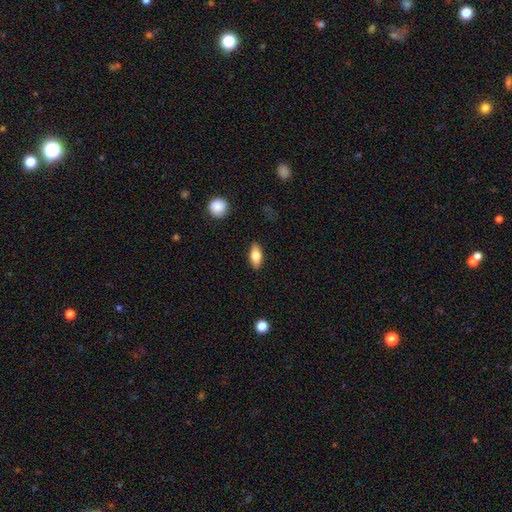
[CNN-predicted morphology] Smooth or featured: smooth — 75% (featured or disk — 18%)
How rounded: in between — 84% (cigar-shaped — 12%)
Merging: none — 88% (minor disturbance — 8%)